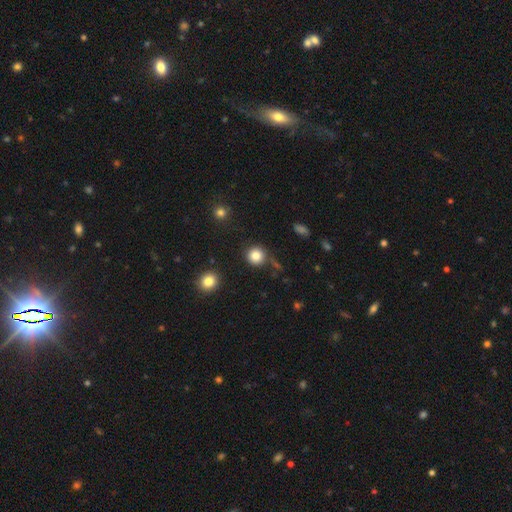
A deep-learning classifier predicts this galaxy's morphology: Q: Smooth or featured?
A: smooth (85%); runner-up: star or artifact (10%)
Q: How rounded?
A: round (94%); runner-up: in between (5%)
Q: Merging?
A: none (85%); runner-up: minor disturbance (8%)